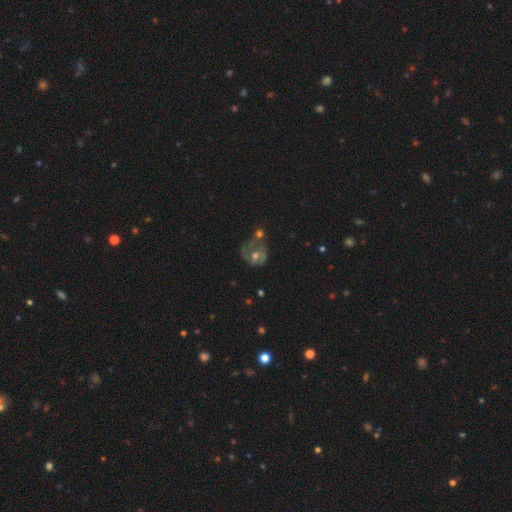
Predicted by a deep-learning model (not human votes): The model was most divided on "merging": none: 34%, major disturbance: 27%, merger: 19%, minor disturbance: 19%. More confident: edge-on disk — no (97%); bar — no (70%); spiral arms — yes (69%); bulge size — moderate (66%); smooth or featured — featured or disk (63%).